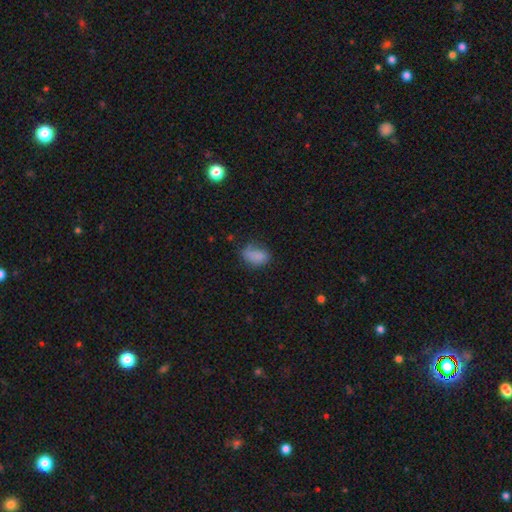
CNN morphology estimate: The model was most divided on "merging": none: 53%, minor disturbance: 31%, major disturbance: 13%, merger: 3%. More confident: how rounded — in between (86%); smooth or featured — smooth (81%).